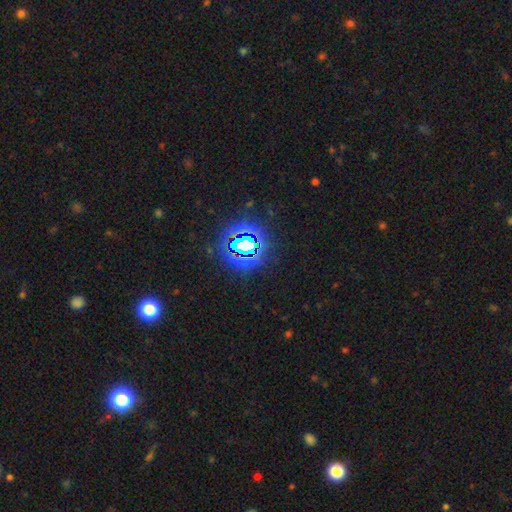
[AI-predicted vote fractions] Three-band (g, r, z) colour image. It shows a star or artifact, not a galaxy (83%).